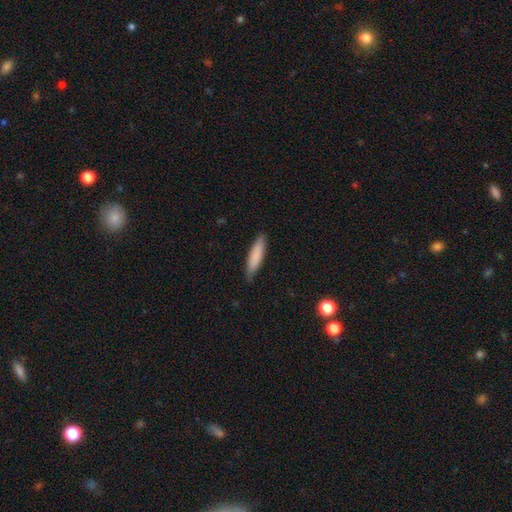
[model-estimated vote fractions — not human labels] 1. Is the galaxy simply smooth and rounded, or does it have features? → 83% smooth, 12% featured or disk, 6% star or artifact.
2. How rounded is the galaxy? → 74% cigar-shaped, 25% in between, 1% round.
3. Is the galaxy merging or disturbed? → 80% none, 16% minor disturbance, 2% major disturbance, 1% merger.